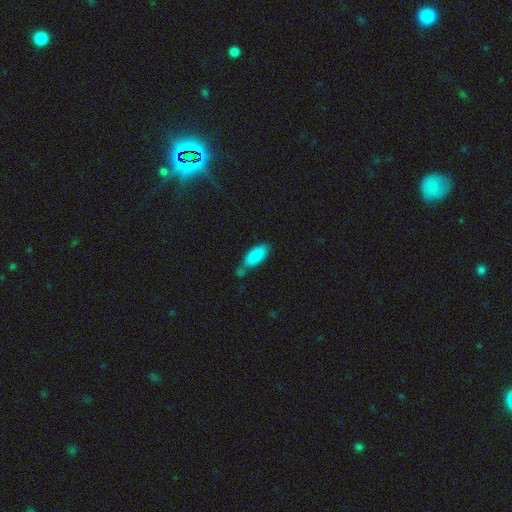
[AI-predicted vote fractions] smooth_or_featured: smooth (p=0.88) [alt: star or artifact p=0.07]
how_rounded: in between (p=0.84) [alt: cigar-shaped p=0.14]
merging: none (p=0.54) [alt: minor disturbance p=0.22]